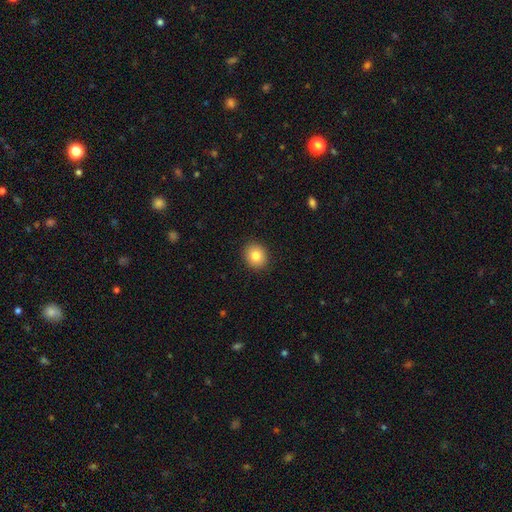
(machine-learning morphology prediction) Overall: smooth (84%). How rounded: round (74%). Merging: none (91%).